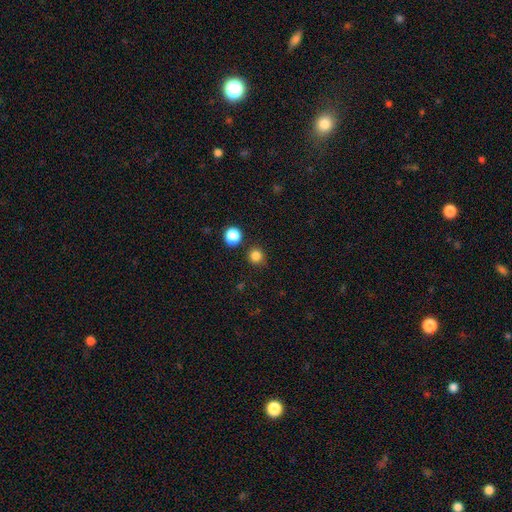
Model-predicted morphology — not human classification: smooth-or-featured: smooth: 83% | star or artifact: 14% | featured or disk: 3%
  how-rounded: round: 93% | in between: 6% | cigar-shaped: 1%
  merging: none: 86% | minor disturbance: 7% | merger: 4% | major disturbance: 2%